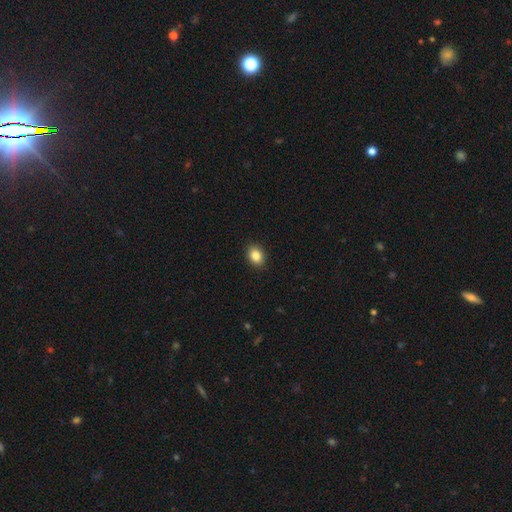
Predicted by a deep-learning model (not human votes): Q: Smooth or featured?
A: smooth (86%); runner-up: star or artifact (9%)
Q: How rounded?
A: in between (67%); runner-up: round (32%)
Q: Merging?
A: none (90%); runner-up: minor disturbance (7%)